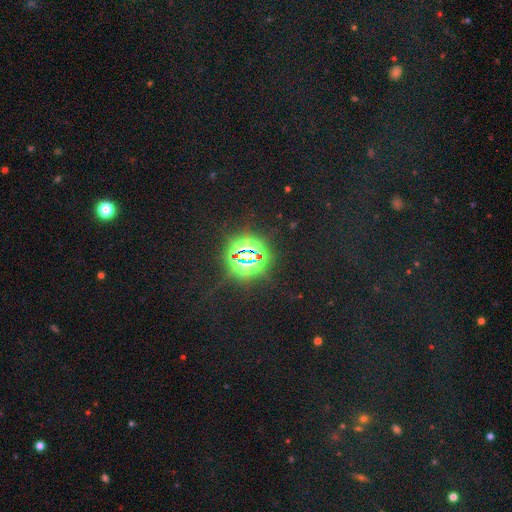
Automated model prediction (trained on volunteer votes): Q: Smooth or featured?
A: star or artifact (82%); runner-up: smooth (10%)